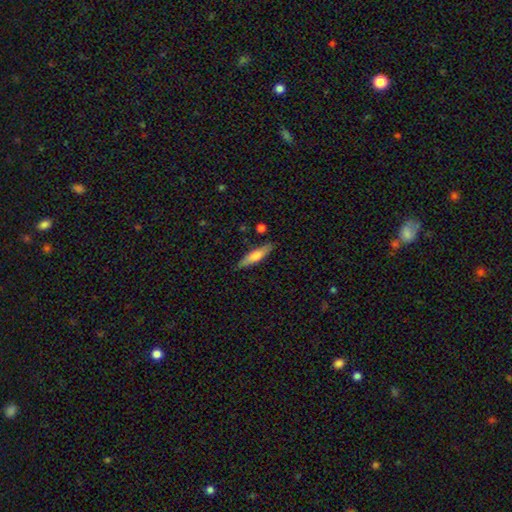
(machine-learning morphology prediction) This is likely a smooth galaxy (66%). How rounded: likely cigar-shaped (72%). Merging: clearly none (83%).